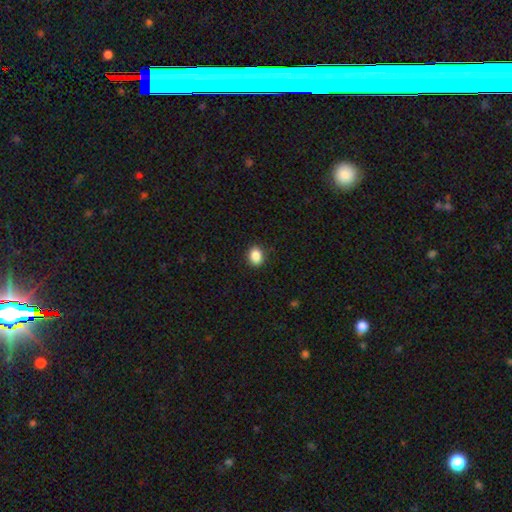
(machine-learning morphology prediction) Smooth or featured? smooth (87%)
How rounded? in between (56%)
Merging? none (90%)